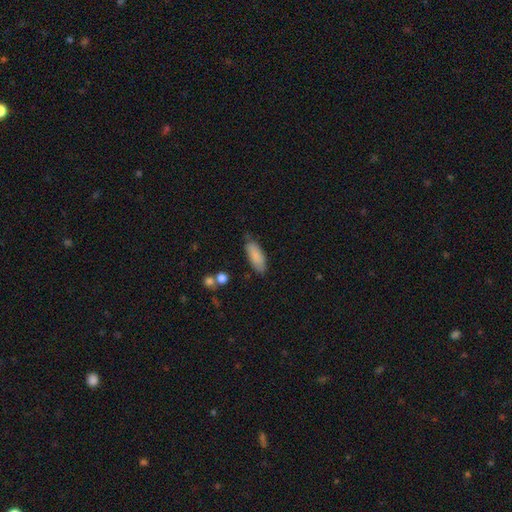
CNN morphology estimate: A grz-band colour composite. It shows a smooth galaxy with no disk features (86%) that is in between round and cigar-shaped (72%). Merging: none (73%).